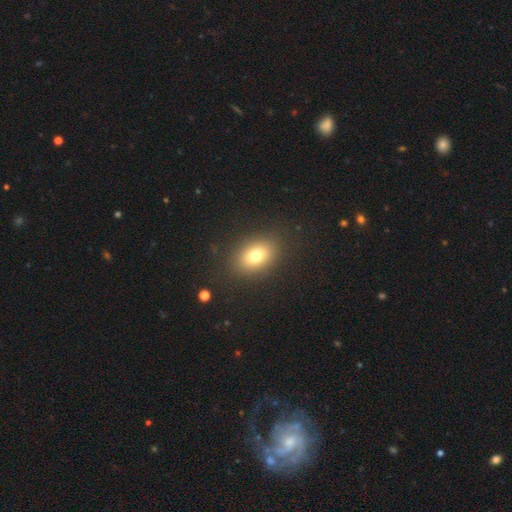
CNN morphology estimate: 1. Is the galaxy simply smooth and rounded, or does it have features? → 75% smooth, 13% featured or disk, 12% star or artifact.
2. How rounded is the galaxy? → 71% in between, 28% round, 1% cigar-shaped.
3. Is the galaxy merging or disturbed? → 86% none, 9% minor disturbance, 4% major disturbance, 1% merger.